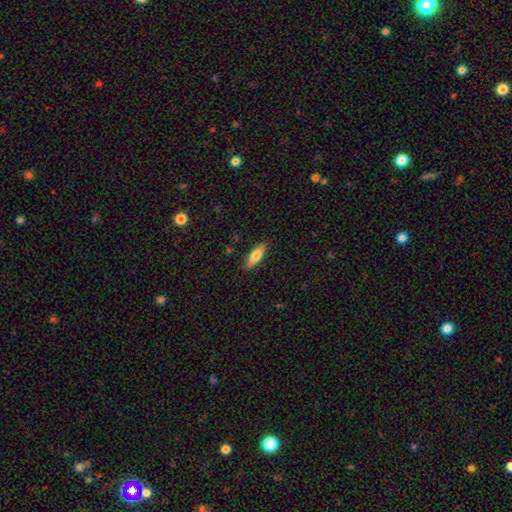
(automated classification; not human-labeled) Smooth or featured? smooth (70%)
How rounded? in between (54%)
Merging? none (88%)